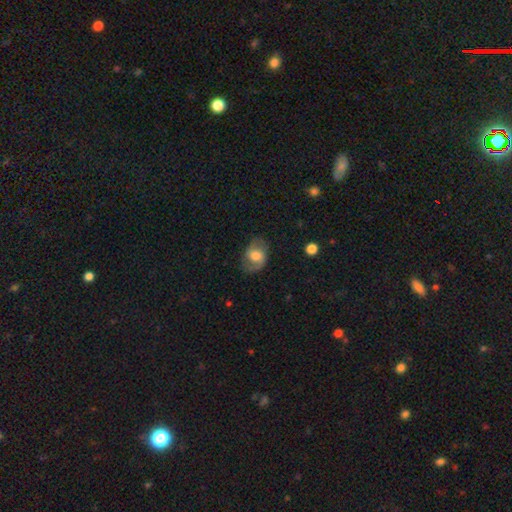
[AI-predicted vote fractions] A smooth galaxy with no disk features (50%) that is in between round and cigar-shaped (69%).

Vote fractions:
- Smooth or featured? smooth: 50% / featured or disk: 42% / star or artifact: 7%
- How rounded? in between: 69% / round: 29% / cigar-shaped: 1%
- Merging? none: 70% / minor disturbance: 20% / major disturbance: 9% / merger: 1%